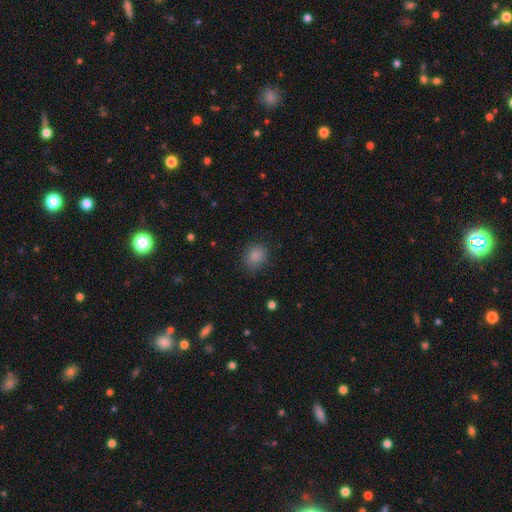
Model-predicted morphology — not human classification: This is clearly a smooth galaxy (84%). How rounded: likely round (61%). Merging: likely none (78%).